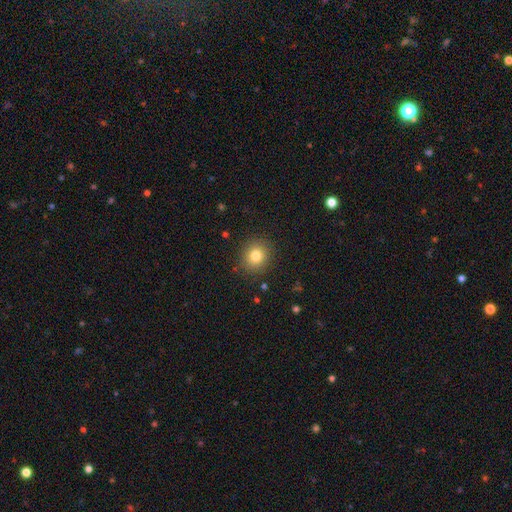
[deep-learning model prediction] Smooth or featured?
  - smooth: 80% *
  - star or artifact: 12%
  - featured or disk: 8%
How rounded?
  - round: 84% *
  - in between: 15%
  - cigar-shaped: 1%
Merging?
  - none: 88% *
  - minor disturbance: 8%
  - major disturbance: 3%
  - merger: 1%